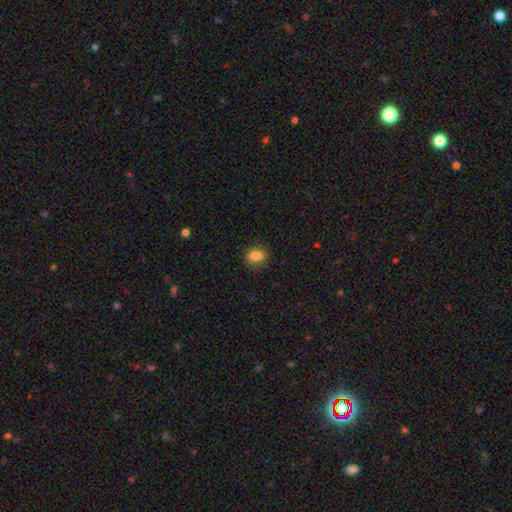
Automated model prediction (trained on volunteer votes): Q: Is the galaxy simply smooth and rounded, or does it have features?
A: smooth — 83%.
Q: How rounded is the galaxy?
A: in between — 66%.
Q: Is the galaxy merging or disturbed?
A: none — 82%.